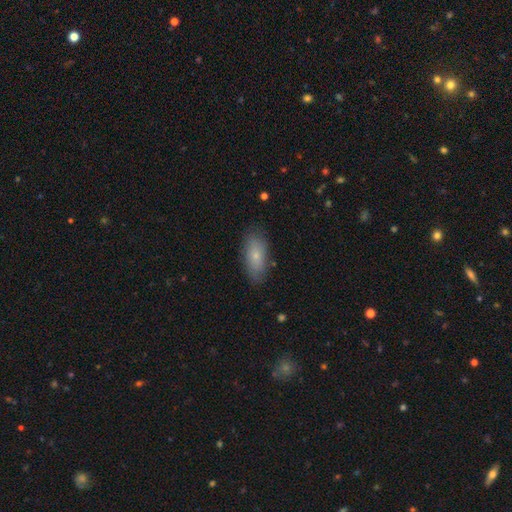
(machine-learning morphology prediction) Smooth or featured: smooth — 74% (featured or disk — 19%)
How rounded: in between — 82% (cigar-shaped — 14%)
Merging: none — 81% (minor disturbance — 15%)